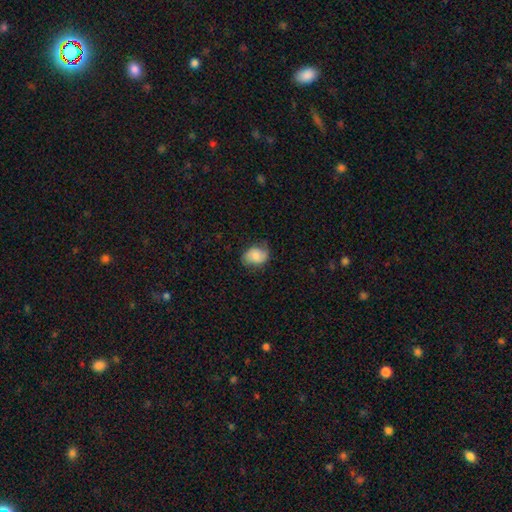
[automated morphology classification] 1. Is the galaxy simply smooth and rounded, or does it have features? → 67% smooth, 25% featured or disk, 8% star or artifact.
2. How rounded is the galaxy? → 65% in between, 34% round, 1% cigar-shaped.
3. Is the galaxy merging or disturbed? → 66% none, 25% minor disturbance, 8% major disturbance, 1% merger.